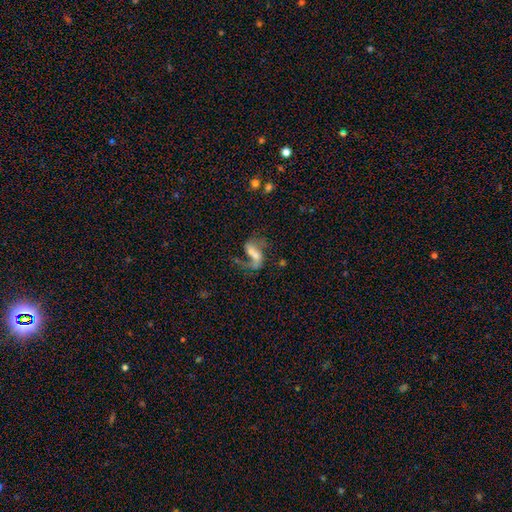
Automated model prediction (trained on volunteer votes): This appears to be a featured or disk galaxy (66%) with no bar (38%), spiral arms (76%) and a moderate central bulge (41%). Merging: none (31%).